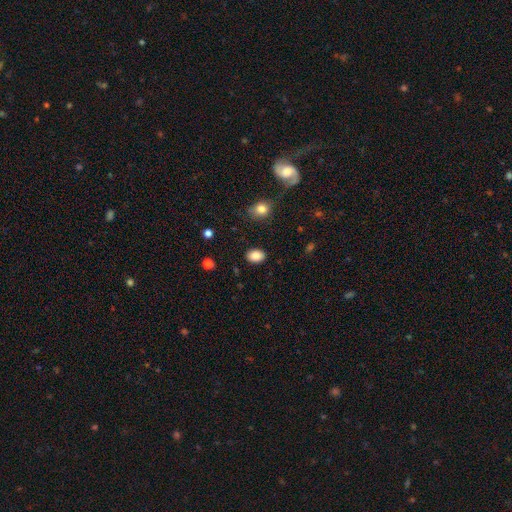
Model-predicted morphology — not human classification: smooth-or-featured: smooth: 88% | star or artifact: 9% | featured or disk: 4%
  how-rounded: in between: 79% | round: 20% | cigar-shaped: 1%
  merging: none: 88% | minor disturbance: 8% | major disturbance: 2% | merger: 1%